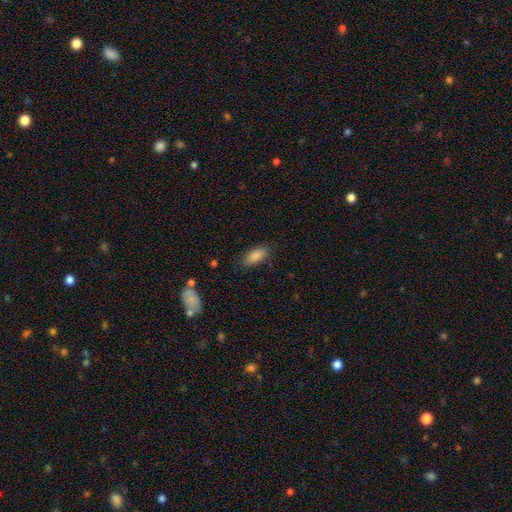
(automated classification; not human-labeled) Morphology: type=smooth (87%); roundness=in between (87%); merging=none (83%).